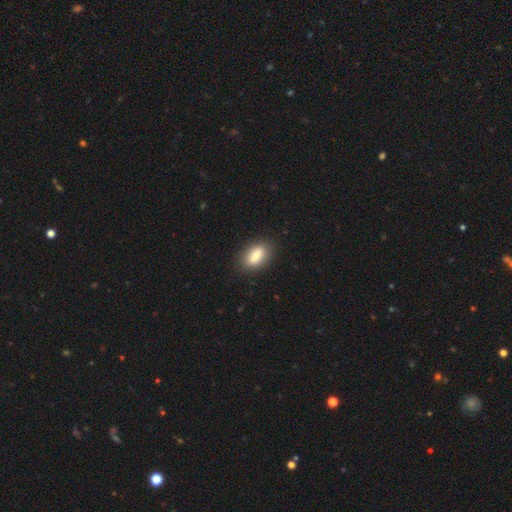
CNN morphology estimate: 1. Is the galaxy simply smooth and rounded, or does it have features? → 81% smooth, 12% featured or disk, 7% star or artifact.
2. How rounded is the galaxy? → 84% in between, 9% cigar-shaped, 7% round.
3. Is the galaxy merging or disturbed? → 86% none, 10% minor disturbance, 3% major disturbance, 1% merger.